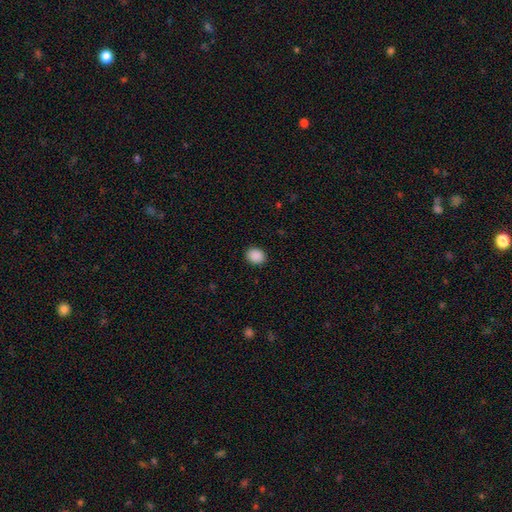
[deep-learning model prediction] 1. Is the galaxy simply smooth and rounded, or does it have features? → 90% smooth, 8% star or artifact, 2% featured or disk.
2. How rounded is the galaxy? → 53% round, 46% in between, 1% cigar-shaped.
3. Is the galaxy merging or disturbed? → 90% none, 7% minor disturbance, 2% major disturbance, 1% merger.